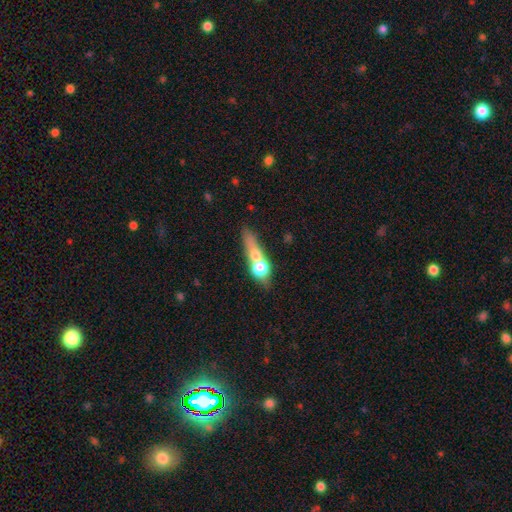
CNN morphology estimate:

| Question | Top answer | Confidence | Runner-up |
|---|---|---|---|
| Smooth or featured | smooth | 54% | featured or disk (37%) |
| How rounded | cigar-shaped | 45% | in between (33%) |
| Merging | merger | 44% | none (36%) |